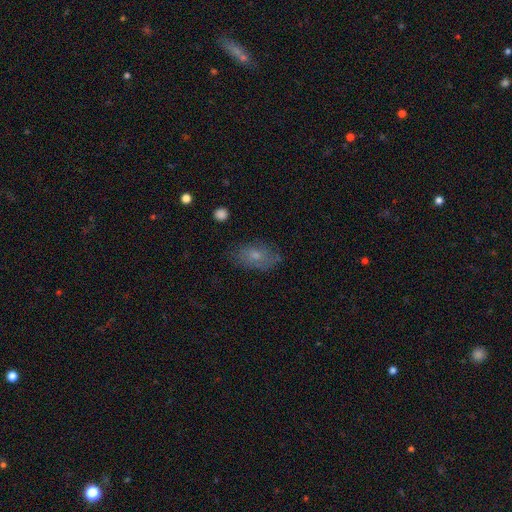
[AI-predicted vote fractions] Q: Smooth or featured?
A: smooth (66%); runner-up: featured or disk (25%)
Q: How rounded?
A: in between (88%); runner-up: round (9%)
Q: Merging?
A: none (73%); runner-up: minor disturbance (20%)